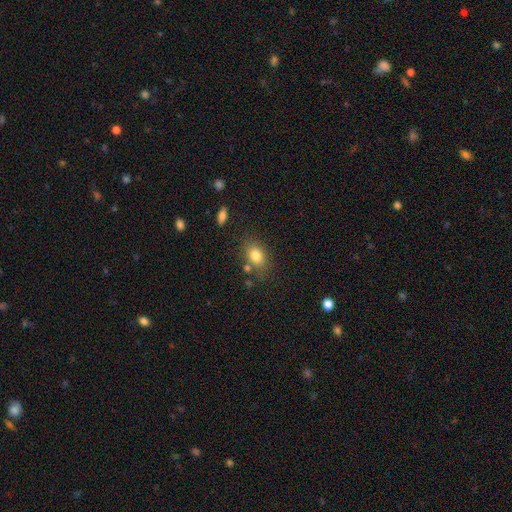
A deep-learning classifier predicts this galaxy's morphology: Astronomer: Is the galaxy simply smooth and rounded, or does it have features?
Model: smooth — 81%.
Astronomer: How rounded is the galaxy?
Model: in between — 71%.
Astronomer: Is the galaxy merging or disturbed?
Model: none — 71%.